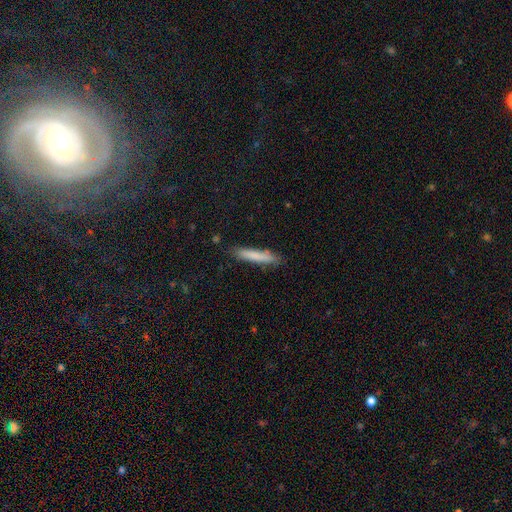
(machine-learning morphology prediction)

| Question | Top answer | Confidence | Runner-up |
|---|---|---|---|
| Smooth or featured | smooth | 78% | featured or disk (15%) |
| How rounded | cigar-shaped | 93% | in between (6%) |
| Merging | none | 85% | minor disturbance (11%) |